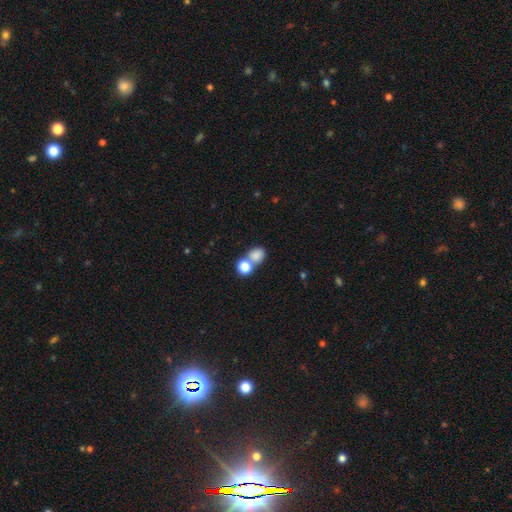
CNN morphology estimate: Overall: smooth (81%). How rounded: round (62%; in between 37%). Merging: merger (43%, tied with none).